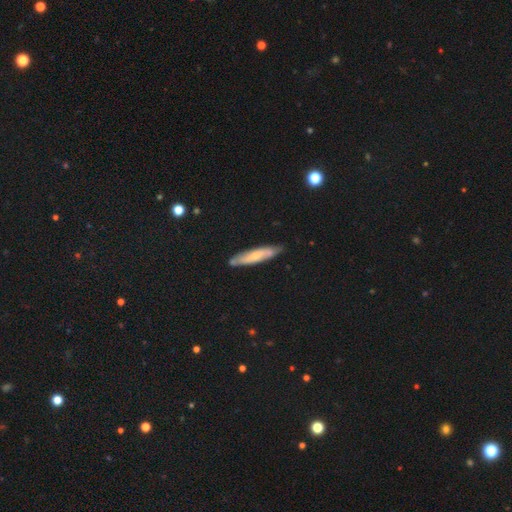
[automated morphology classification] Smooth or featured: smooth — 49% (featured or disk — 45%)
Merging: none — 79% (minor disturbance — 15%)